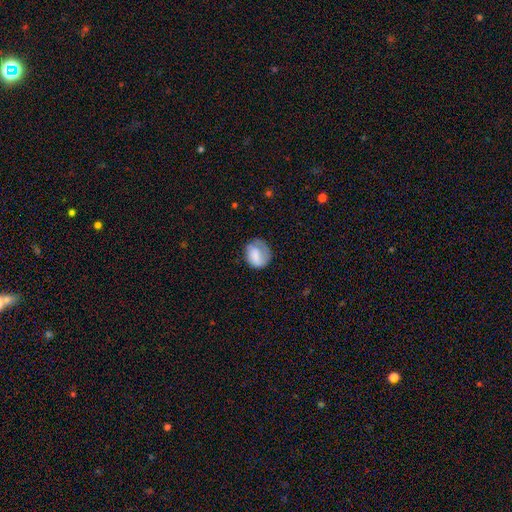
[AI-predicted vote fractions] A smooth galaxy with no disk features (72%) that is round (66%).

Vote fractions:
- Smooth or featured? smooth: 72% / featured or disk: 21% / star or artifact: 7%
- How rounded? round: 66% / in between: 33% / cigar-shaped: 1%
- Merging? none: 53% / minor disturbance: 26% / major disturbance: 18% / merger: 2%